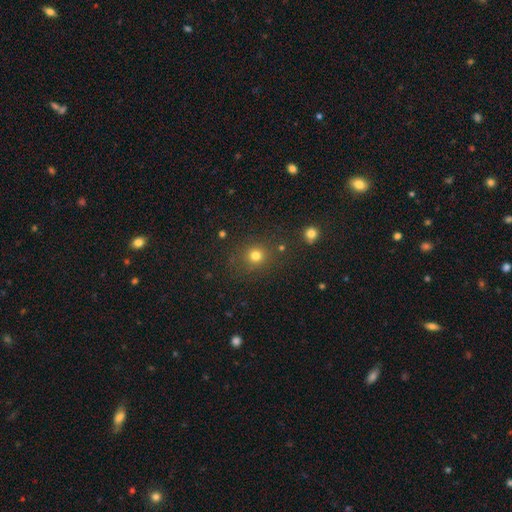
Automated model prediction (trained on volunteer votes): smooth 77%, star or artifact 17%, featured or disk 6%. Down the decision tree: how rounded — round (88%); merging — none (81%).